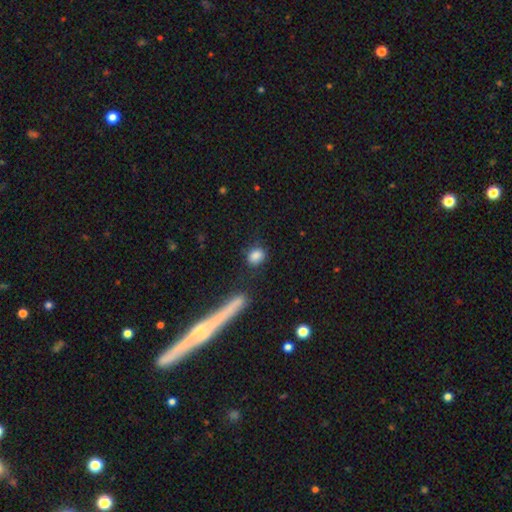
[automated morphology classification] This is clearly a smooth galaxy (85%). How rounded: possibly round (48%). Merging: likely none (74%).